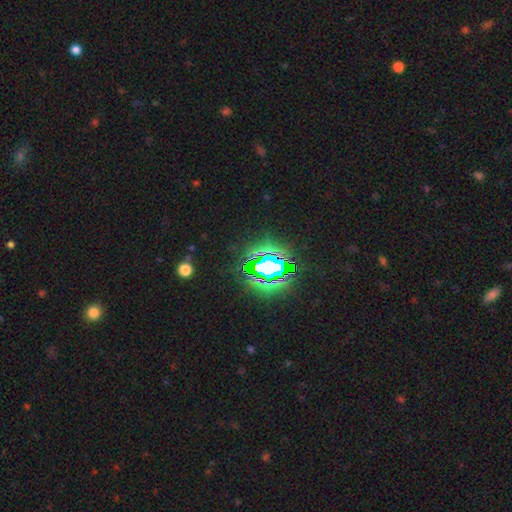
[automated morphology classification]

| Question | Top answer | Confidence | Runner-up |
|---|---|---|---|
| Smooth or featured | star or artifact | 77% | smooth (12%) |